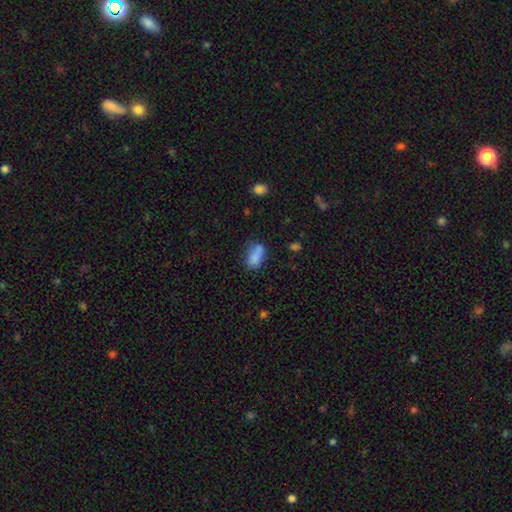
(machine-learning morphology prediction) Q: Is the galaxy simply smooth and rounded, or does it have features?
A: smooth — 78%.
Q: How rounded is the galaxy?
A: in between — 85%.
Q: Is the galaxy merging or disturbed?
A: none — 46%.